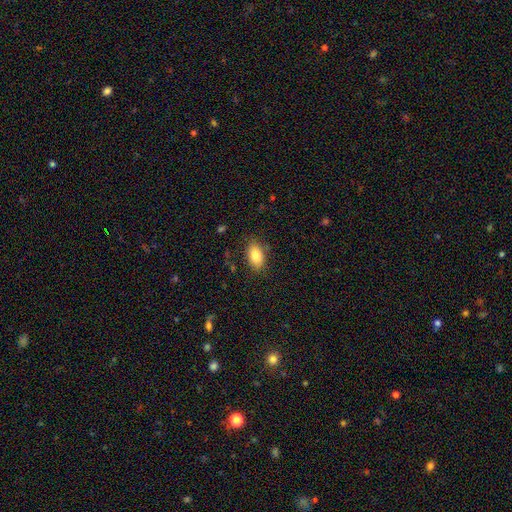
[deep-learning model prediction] This appears to be a smooth galaxy with no disk features (83%) that is in between round and cigar-shaped (91%). Merging: none (83%).